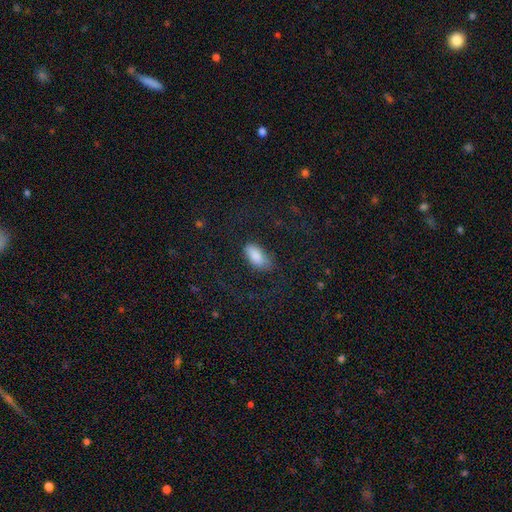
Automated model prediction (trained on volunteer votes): Smooth or featured? Predicted: smooth (p=0.82). How rounded? Predicted: in between (p=0.90). Merging? Predicted: none (p=0.65).